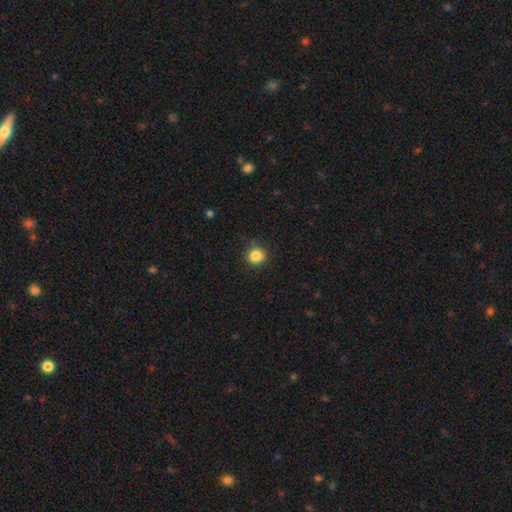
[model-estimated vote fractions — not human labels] smooth 85%, star or artifact 11%, featured or disk 5%. Down the decision tree: how rounded — round (86%); merging — none (85%).